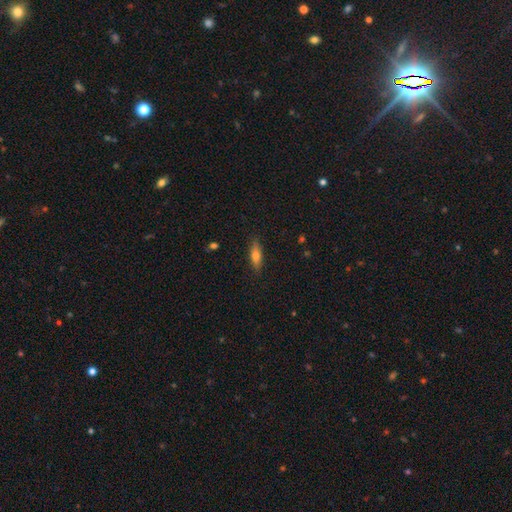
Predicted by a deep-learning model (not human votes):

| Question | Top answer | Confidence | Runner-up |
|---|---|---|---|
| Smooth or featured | smooth | 63% | featured or disk (30%) |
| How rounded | cigar-shaped | 51% | in between (46%) |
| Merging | none | 85% | minor disturbance (11%) |